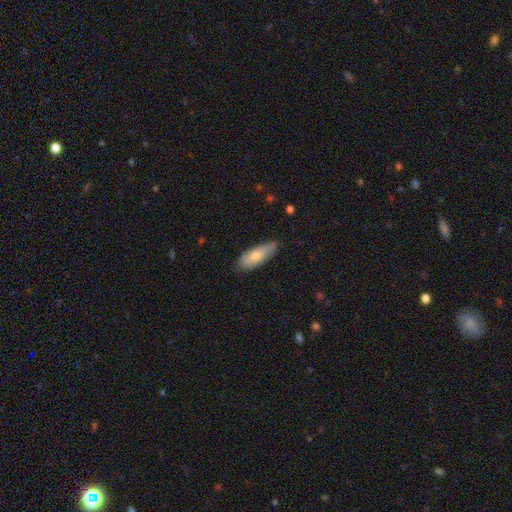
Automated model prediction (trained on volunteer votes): A smooth galaxy with no disk features (75%) that is in between round and cigar-shaped (70%).

Vote fractions:
- Smooth or featured? smooth: 75% / featured or disk: 19% / star or artifact: 6%
- How rounded? in between: 70% / cigar-shaped: 28% / round: 2%
- Merging? none: 71% / minor disturbance: 24% / major disturbance: 4% / merger: 2%